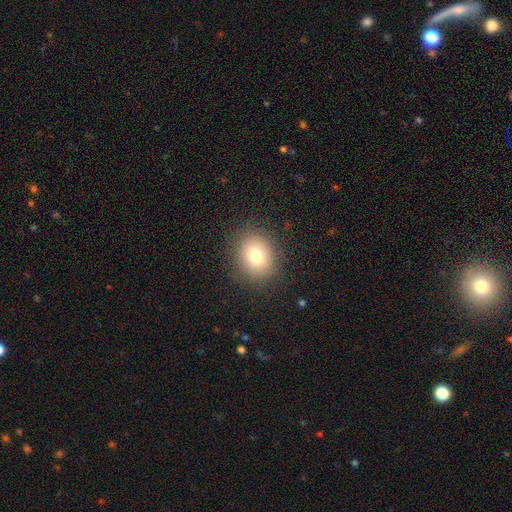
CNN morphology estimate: Smooth or featured?
  - smooth: 77% *
  - star or artifact: 13%
  - featured or disk: 11%
How rounded?
  - round: 69% *
  - in between: 31%
  - cigar-shaped: 1%
Merging?
  - none: 87% *
  - minor disturbance: 8%
  - major disturbance: 4%
  - merger: 1%